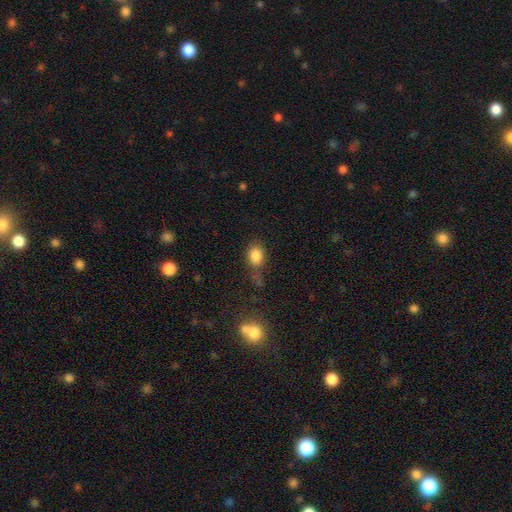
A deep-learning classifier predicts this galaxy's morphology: This appears to be a smooth galaxy with no disk features (83%) that is in between round and cigar-shaped (69%). Merging: none (64%).